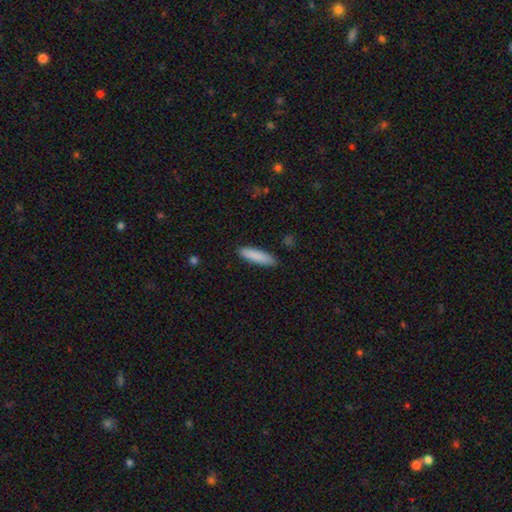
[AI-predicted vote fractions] Smooth or featured?
  - smooth: 87% *
  - featured or disk: 7%
  - star or artifact: 6%
How rounded?
  - cigar-shaped: 74% *
  - in between: 25%
  - round: 1%
Merging?
  - none: 88% *
  - minor disturbance: 9%
  - major disturbance: 2%
  - merger: 1%